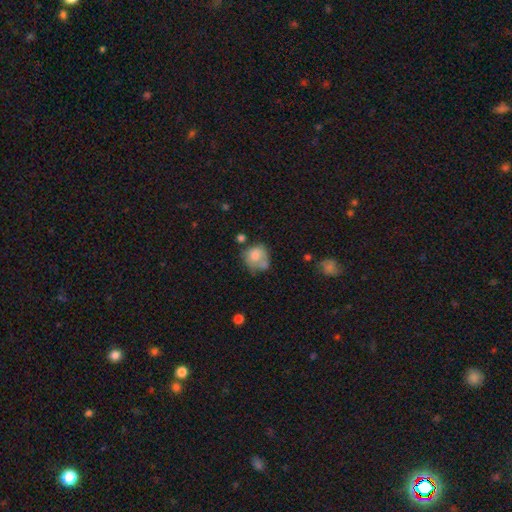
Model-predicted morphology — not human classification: Overall: smooth (71%). How rounded: round (74%). Merging: none (42%; minor disturbance 27%).